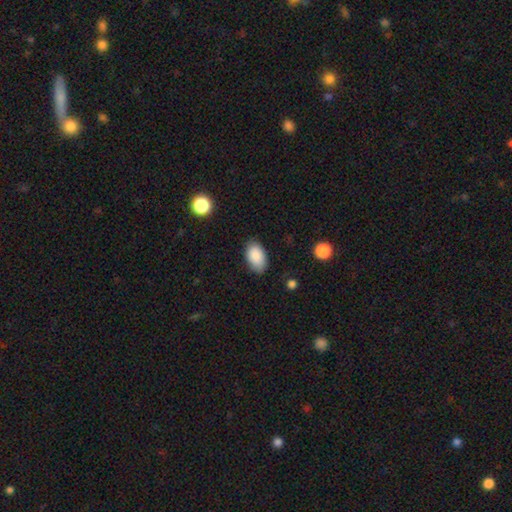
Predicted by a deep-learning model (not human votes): smooth-or-featured: smooth: 89% | star or artifact: 7% | featured or disk: 5%
  how-rounded: in between: 94% | round: 5% | cigar-shaped: 1%
  merging: none: 81% | minor disturbance: 15% | major disturbance: 3% | merger: 1%